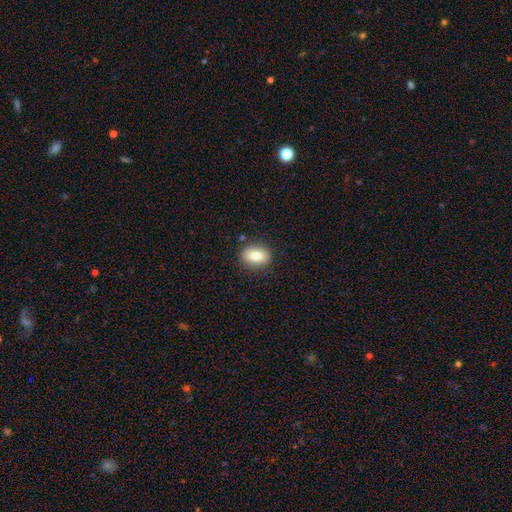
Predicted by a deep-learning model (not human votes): Smooth or featured? smooth (84%)
How rounded? in between (81%)
Merging? none (87%)